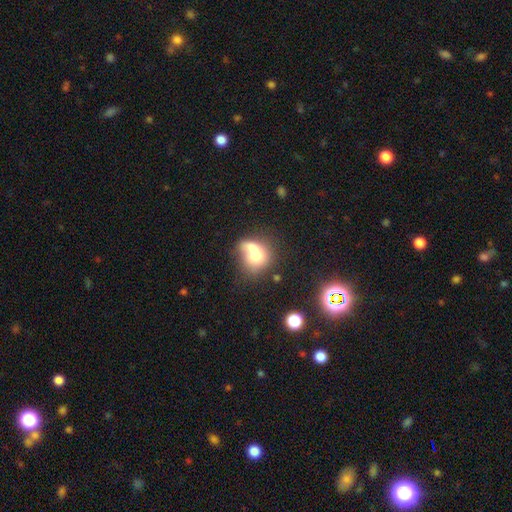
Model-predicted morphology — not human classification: Smooth or featured? smooth (66%)
How rounded? round (60%)
Merging? merger (57%)